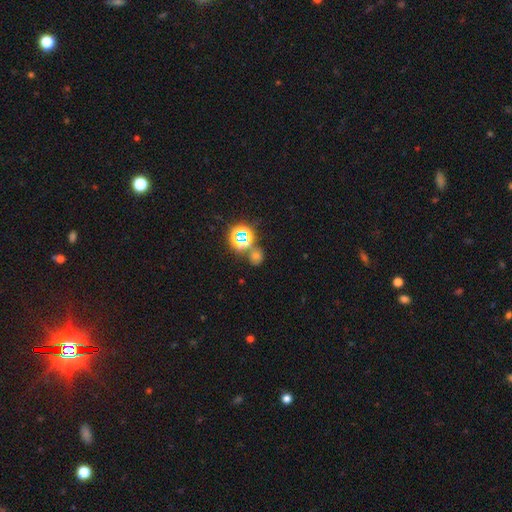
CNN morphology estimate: The model was most divided on "smooth or featured": star or artifact: 51%, smooth: 40%, featured or disk: 9%.